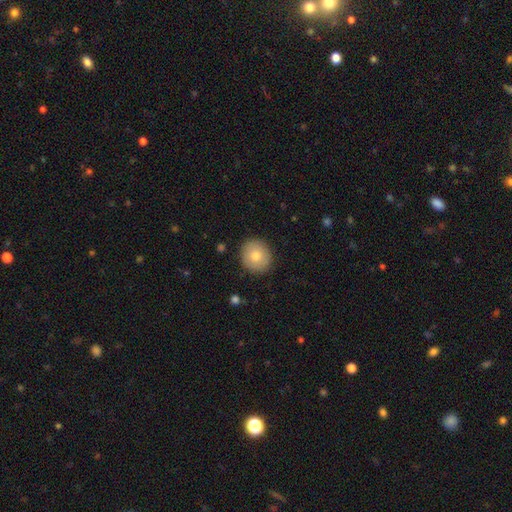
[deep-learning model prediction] Smooth or featured? Predicted: smooth (p=0.77). How rounded? Predicted: round (p=0.86). Merging? Predicted: none (p=0.90).